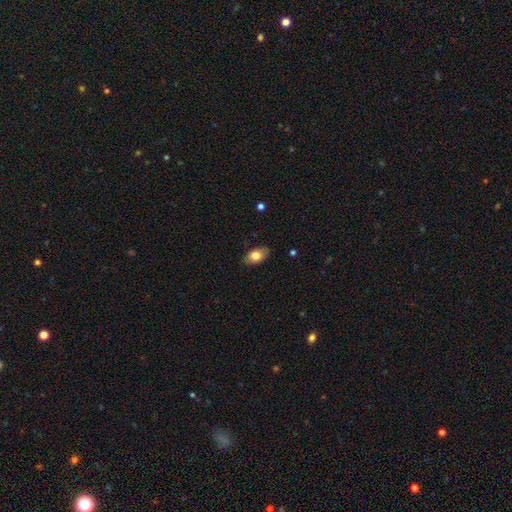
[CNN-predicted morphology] This appears to be a smooth galaxy with no disk features (78%) that is in between round and cigar-shaped (91%). Merging: none (85%).